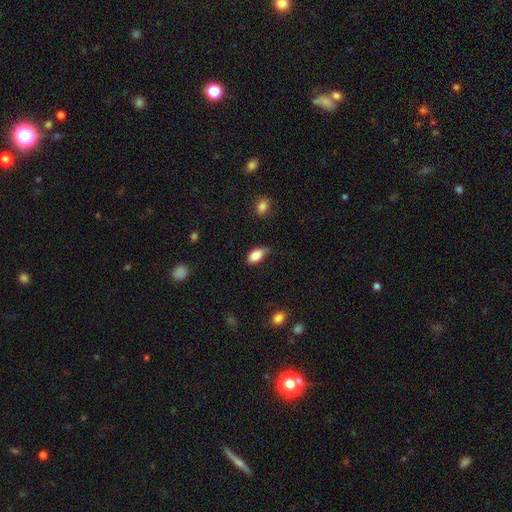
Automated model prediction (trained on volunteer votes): The model was most divided on "merging": none: 52%, minor disturbance: 36%, major disturbance: 9%, merger: 2%. More confident: how rounded — in between (91%); smooth or featured — smooth (86%).